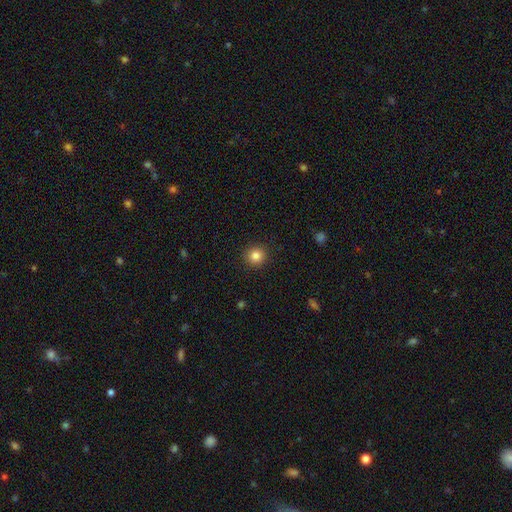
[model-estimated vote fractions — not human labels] smooth-or-featured: smooth: 84% | star or artifact: 11% | featured or disk: 5%
  how-rounded: round: 94% | in between: 6% | cigar-shaped: 1%
  merging: none: 92% | minor disturbance: 5% | major disturbance: 2% | merger: 1%